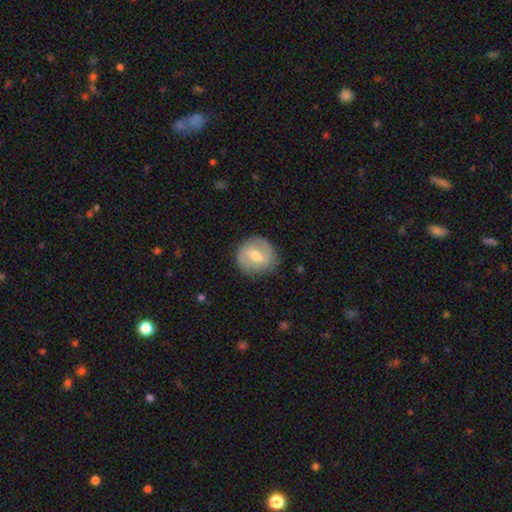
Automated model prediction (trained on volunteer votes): The model was most divided on "smooth or featured": smooth: 48%, featured or disk: 46%, star or artifact: 6%. More confident: merging — none (81%).